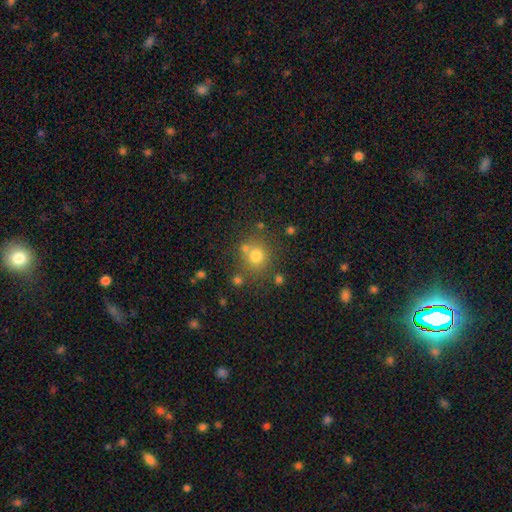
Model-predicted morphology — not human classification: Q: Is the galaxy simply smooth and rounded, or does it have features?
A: smooth — 68%.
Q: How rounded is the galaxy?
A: round — 89%.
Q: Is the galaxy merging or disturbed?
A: none — 72%.